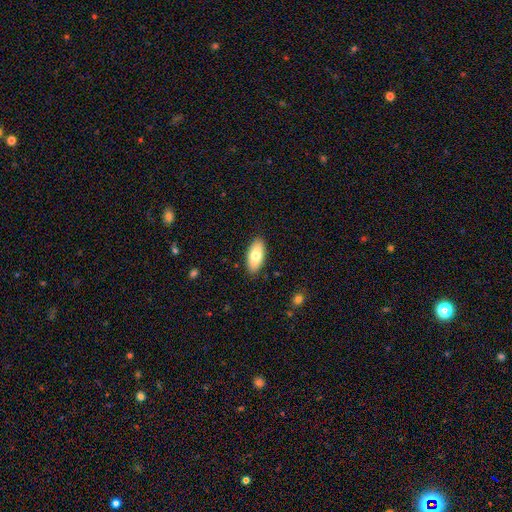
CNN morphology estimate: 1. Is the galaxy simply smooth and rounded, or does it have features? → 77% smooth, 17% featured or disk, 6% star or artifact.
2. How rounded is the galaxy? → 89% in between, 8% cigar-shaped, 2% round.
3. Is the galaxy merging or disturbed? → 89% none, 8% minor disturbance, 2% major disturbance, 1% merger.